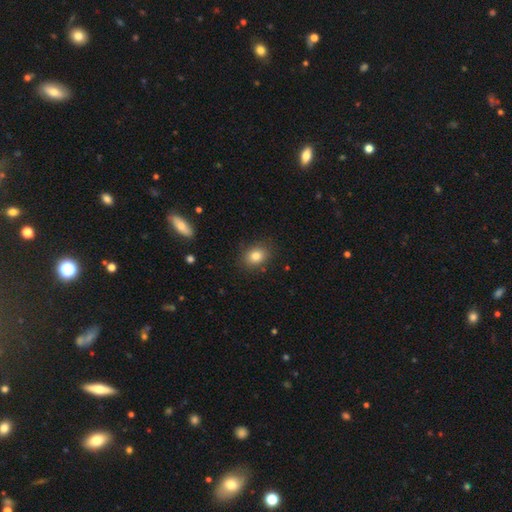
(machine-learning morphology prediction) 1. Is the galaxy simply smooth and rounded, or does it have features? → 82% smooth, 9% star or artifact, 8% featured or disk.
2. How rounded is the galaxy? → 59% in between, 40% round, 1% cigar-shaped.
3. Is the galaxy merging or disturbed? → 85% none, 10% minor disturbance, 3% major disturbance, 1% merger.